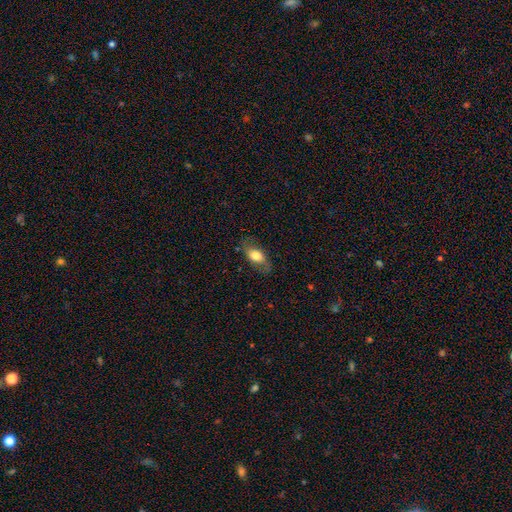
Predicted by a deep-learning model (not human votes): Q: Smooth or featured?
A: smooth (65%); runner-up: featured or disk (28%)
Q: How rounded?
A: in between (87%); runner-up: round (7%)
Q: Merging?
A: none (74%); runner-up: minor disturbance (18%)